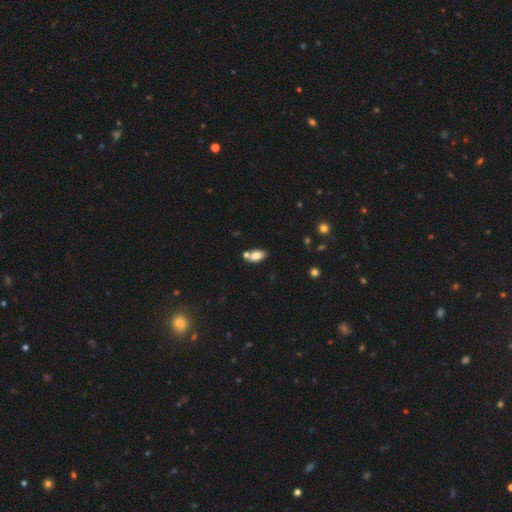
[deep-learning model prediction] Overall: smooth (81%). How rounded: in between (90%). Merging: none (59%; merger 24%).